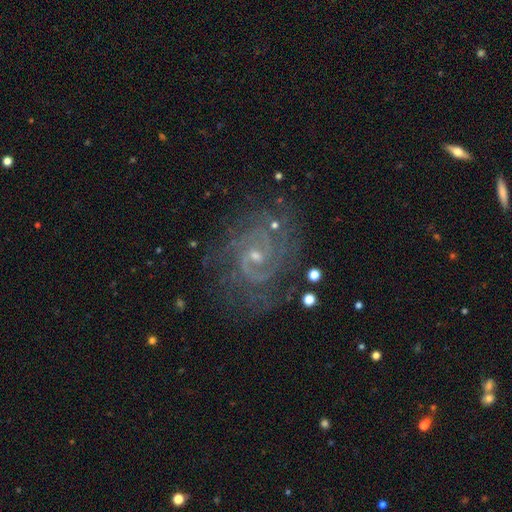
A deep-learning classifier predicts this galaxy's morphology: A featured or disk galaxy (87%) with no bar (51%), 2 (59%) tight (56%) spiral arms (97%) and a small central bulge (68%). Merging: none (75%).